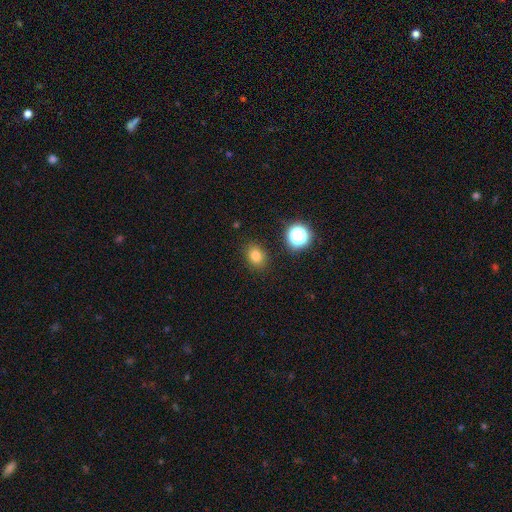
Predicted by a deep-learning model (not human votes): This is likely a smooth galaxy (78%). How rounded: possibly round (54%). Merging: clearly none (87%).